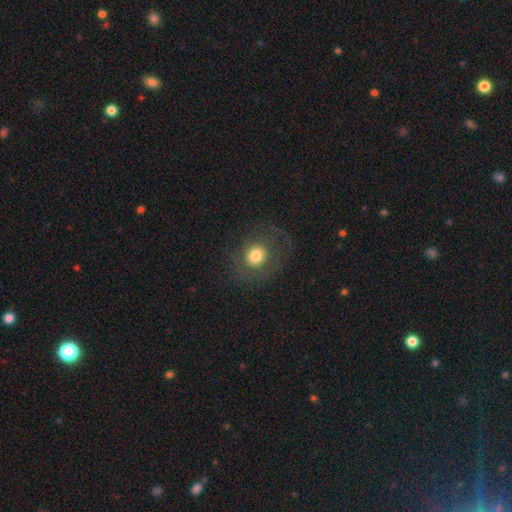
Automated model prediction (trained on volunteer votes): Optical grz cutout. It shows a smooth galaxy with no disk features (68%) that is round (76%). Merging: none (74%).